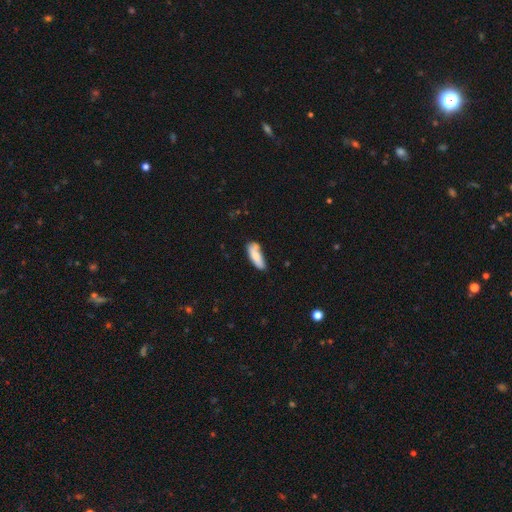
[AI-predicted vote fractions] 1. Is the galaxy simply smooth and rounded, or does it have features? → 76% smooth, 18% featured or disk, 6% star or artifact.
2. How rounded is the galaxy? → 62% in between, 36% cigar-shaped, 2% round.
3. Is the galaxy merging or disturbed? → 52% none, 30% minor disturbance, 10% merger, 8% major disturbance.